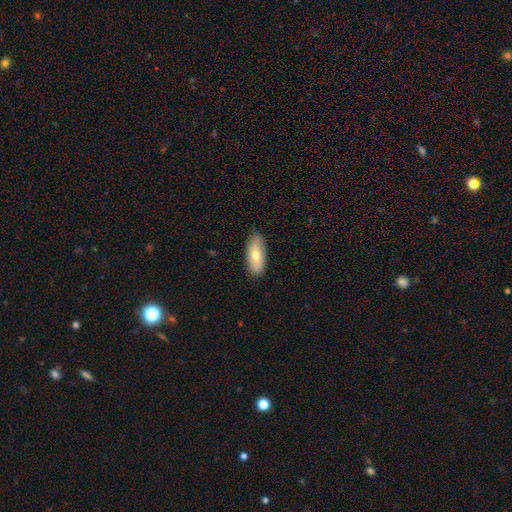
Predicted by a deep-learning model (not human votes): The model was most divided on "smooth or featured": smooth: 67%, featured or disk: 27%, star or artifact: 6%. More confident: merging — none (86%); how rounded — in between (82%).